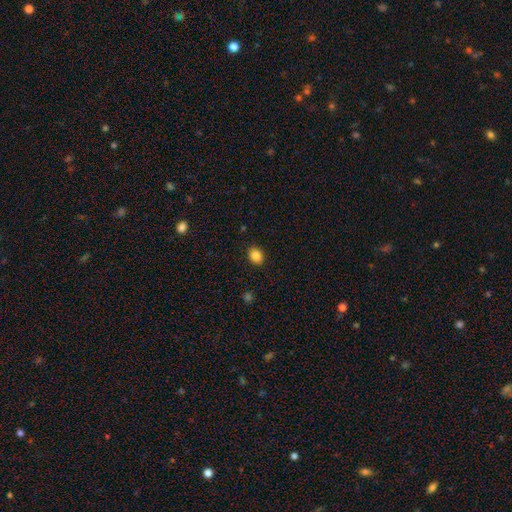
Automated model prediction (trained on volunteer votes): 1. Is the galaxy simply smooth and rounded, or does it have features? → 85% smooth, 10% star or artifact, 5% featured or disk.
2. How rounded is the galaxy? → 54% in between, 45% round, 1% cigar-shaped.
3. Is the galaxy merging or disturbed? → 89% none, 8% minor disturbance, 2% major disturbance, 1% merger.